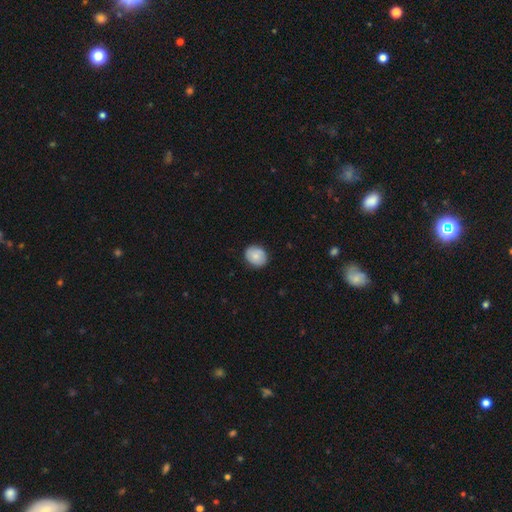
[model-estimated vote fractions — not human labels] The model was most divided on "how rounded": round: 62%, in between: 37%, cigar-shaped: 1%. More confident: merging — none (85%); smooth or featured — smooth (76%).